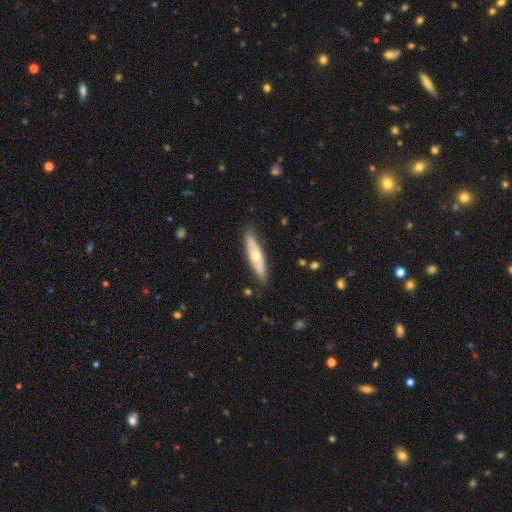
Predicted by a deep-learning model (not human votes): The model was most divided on "smooth or featured": smooth: 48%, featured or disk: 47%, star or artifact: 5%. More confident: merging — none (84%).